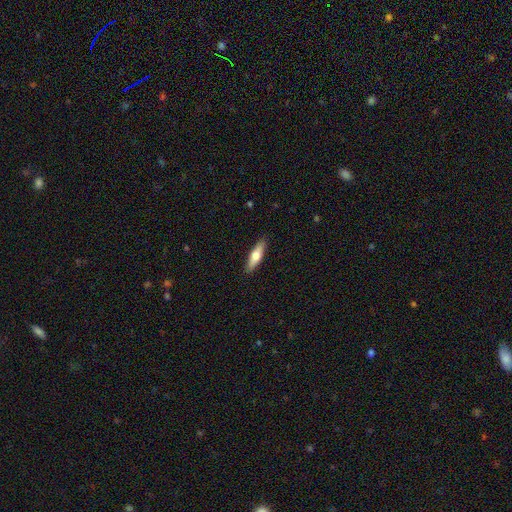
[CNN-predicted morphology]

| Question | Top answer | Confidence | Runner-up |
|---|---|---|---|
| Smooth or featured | smooth | 62% | featured or disk (32%) |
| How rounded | cigar-shaped | 64% | in between (34%) |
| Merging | none | 90% | minor disturbance (8%) |